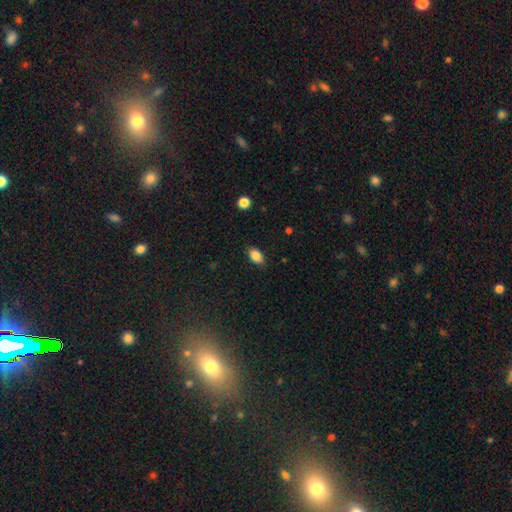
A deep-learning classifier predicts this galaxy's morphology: Smooth or featured: smooth — 85% (star or artifact — 8%)
How rounded: in between — 89% (round — 9%)
Merging: none — 85% (minor disturbance — 11%)